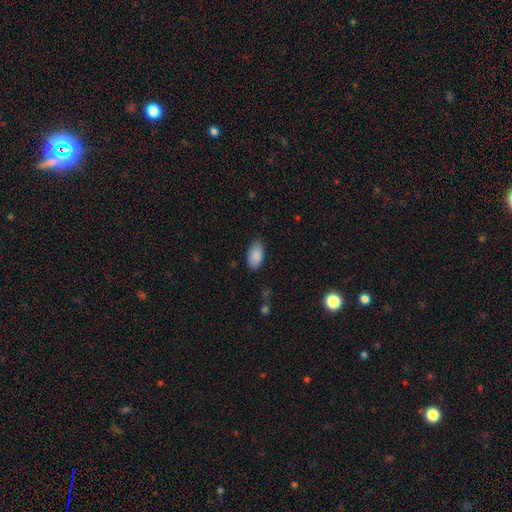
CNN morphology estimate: A smooth galaxy with no disk features (89%) that is in between round and cigar-shaped (94%).

Vote fractions:
- Smooth or featured? smooth: 89% / star or artifact: 7% / featured or disk: 4%
- How rounded? in between: 94% / round: 4% / cigar-shaped: 2%
- Merging? none: 80% / minor disturbance: 16% / major disturbance: 3% / merger: 1%